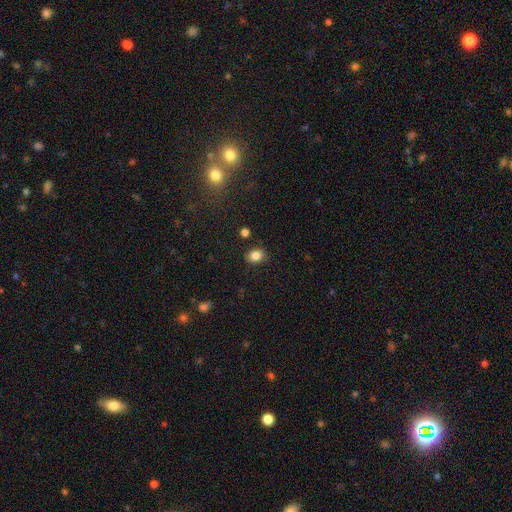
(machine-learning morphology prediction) type=smooth (84%); roundness=in between (57%); merging=none (84%).